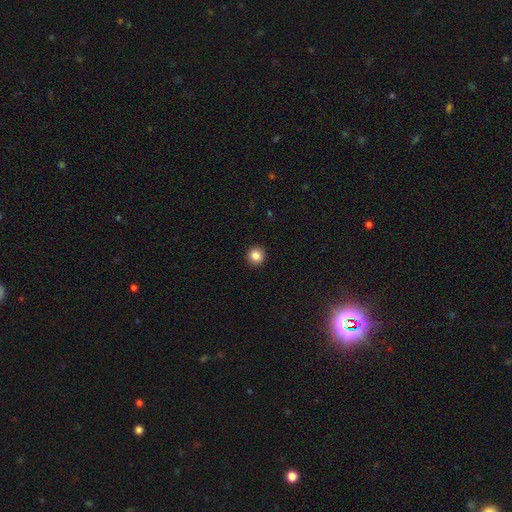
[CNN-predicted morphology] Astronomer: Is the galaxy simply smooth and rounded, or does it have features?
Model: smooth — 86%.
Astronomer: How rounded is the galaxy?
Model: round — 93%.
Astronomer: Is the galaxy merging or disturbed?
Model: none — 93%.